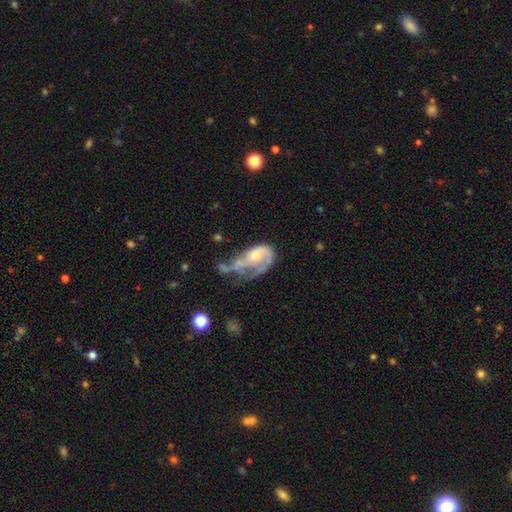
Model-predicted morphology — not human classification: A featured or disk galaxy (67%) with no bar (74%), spiral arms (67%) and a moderate central bulge (57%).

Vote fractions:
- Smooth or featured? featured or disk: 67% / smooth: 26% / star or artifact: 7%
- Edge-on disk? no: 96% / yes: 4%
- Bar? no: 74% / weak: 21% / strong: 4%
- Spiral arms? yes: 67% / no: 33%
- Bulge size? moderate: 57% / small: 29% / large: 8% / none: 6% / dominant: 1%
- Merging? major disturbance: 47% / minor disturbance: 21% / none: 17% / merger: 15%